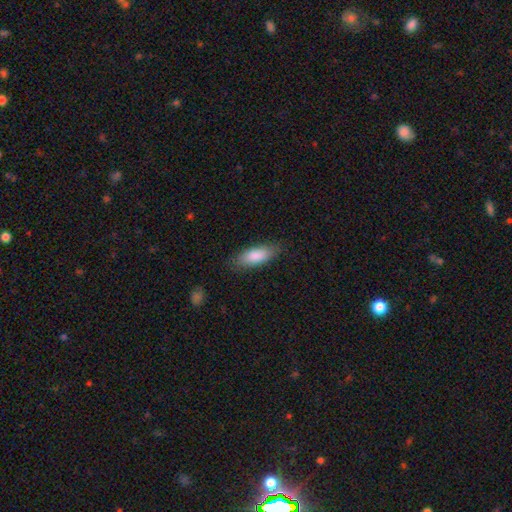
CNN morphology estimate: Smooth or featured? Predicted: smooth (p=0.86). How rounded? Predicted: in between (p=0.75). Merging? Predicted: none (p=0.83).